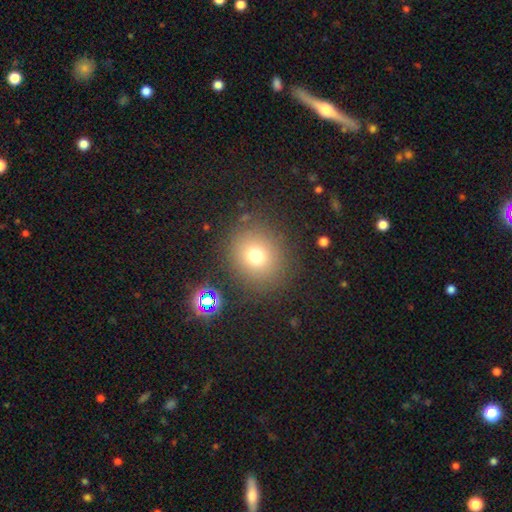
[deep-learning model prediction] Smooth or featured?
  - smooth: 72% *
  - star or artifact: 17%
  - featured or disk: 10%
How rounded?
  - round: 79% *
  - in between: 20%
  - cigar-shaped: 1%
Merging?
  - none: 84% *
  - minor disturbance: 9%
  - major disturbance: 4%
  - merger: 3%